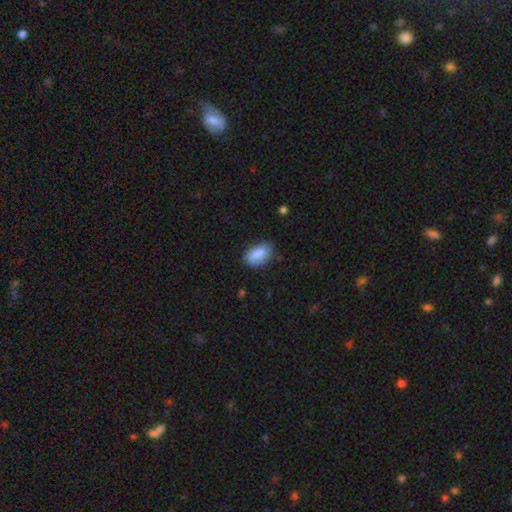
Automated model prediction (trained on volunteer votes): Smooth or featured: smooth — 84% (featured or disk — 9%)
How rounded: in between — 91% (round — 7%)
Merging: none — 70% (minor disturbance — 24%)